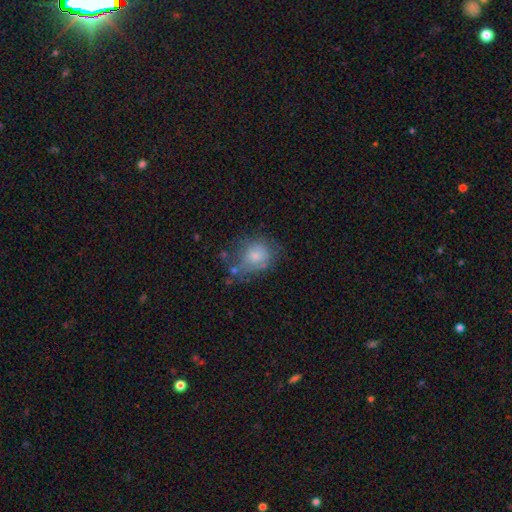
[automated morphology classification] A smooth galaxy with no disk features (66%) that is round (59%).

Vote fractions:
- Smooth or featured? smooth: 66% / featured or disk: 25% / star or artifact: 9%
- How rounded? round: 59% / in between: 40% / cigar-shaped: 1%
- Merging? none: 39% / minor disturbance: 30% / major disturbance: 23% / merger: 7%